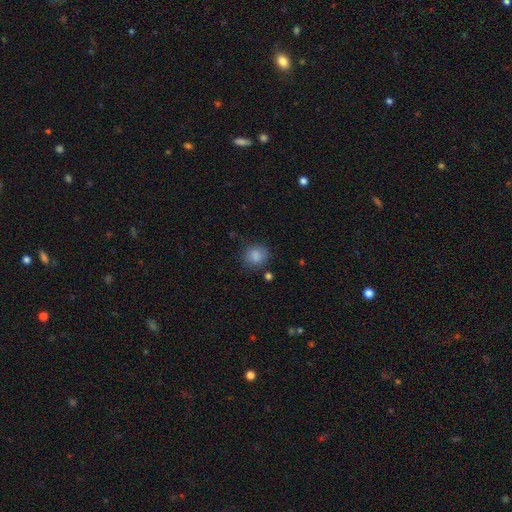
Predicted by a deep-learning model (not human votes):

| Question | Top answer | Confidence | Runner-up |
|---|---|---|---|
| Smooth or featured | smooth | 86% | star or artifact (9%) |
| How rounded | round | 79% | in between (20%) |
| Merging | none | 77% | minor disturbance (15%) |